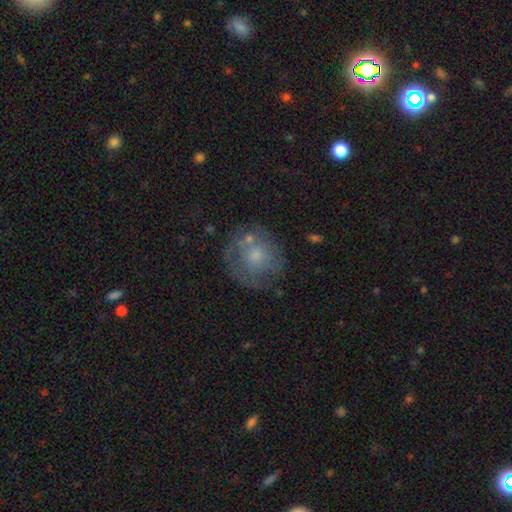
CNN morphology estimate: Smooth or featured? Predicted: smooth (p=0.48). Merging? Predicted: none (p=0.59).